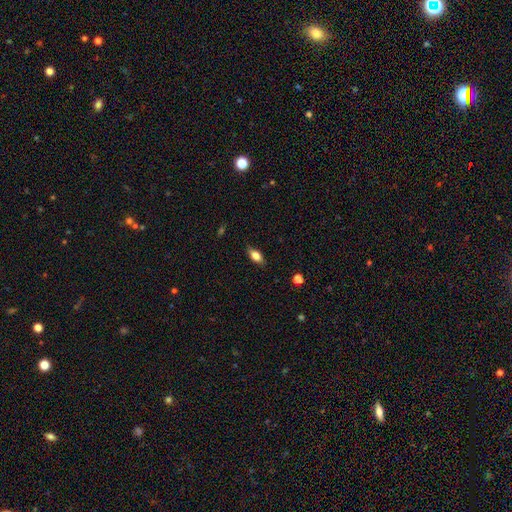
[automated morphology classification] type=smooth (75%); roundness=in between (82%); merging=none (83%).